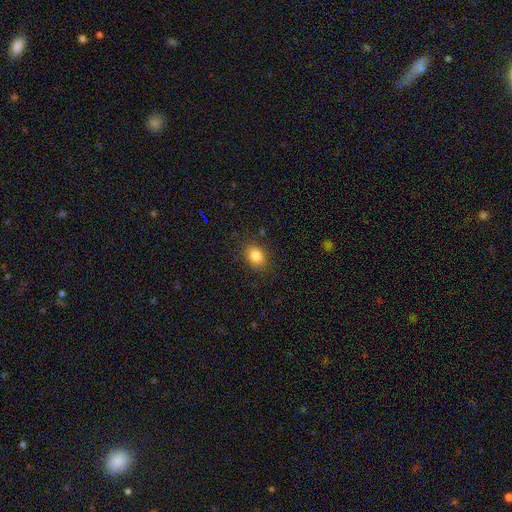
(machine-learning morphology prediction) A smooth galaxy with no disk features (83%) that is in between round and cigar-shaped (55%). Merging: none (87%).